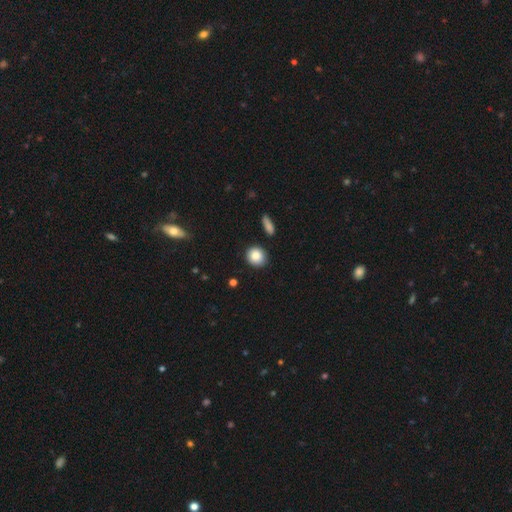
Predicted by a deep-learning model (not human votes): The model was most divided on "how rounded": round: 83%, in between: 16%, cigar-shaped: 1%. More confident: merging — none (88%); smooth or featured — smooth (85%).